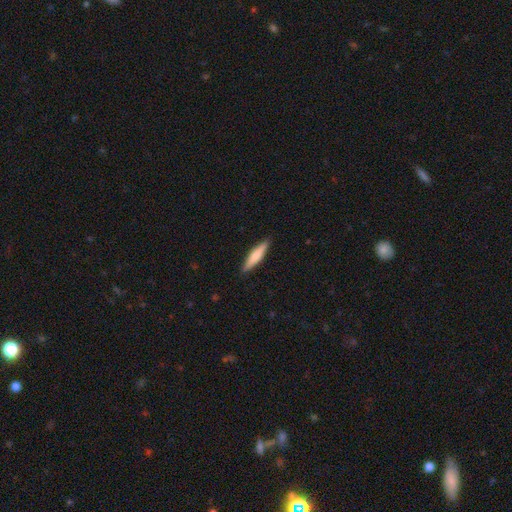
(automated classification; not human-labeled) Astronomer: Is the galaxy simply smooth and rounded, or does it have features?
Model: smooth — 63%.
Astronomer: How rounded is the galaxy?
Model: cigar-shaped — 84%.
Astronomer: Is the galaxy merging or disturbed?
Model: none — 90%.